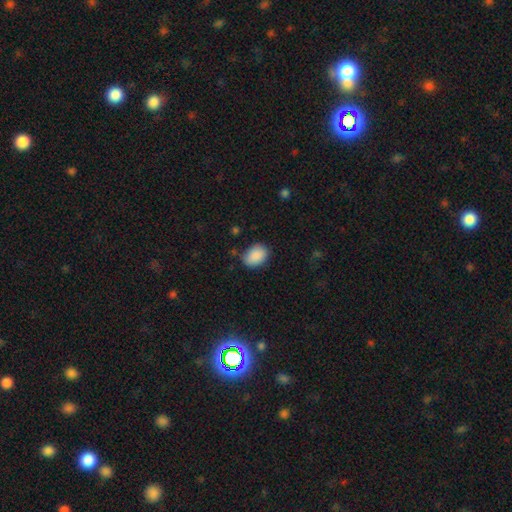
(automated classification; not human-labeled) smooth 89%, star or artifact 7%, featured or disk 4%. Down the decision tree: how rounded — in between (71%); merging — none (76%).